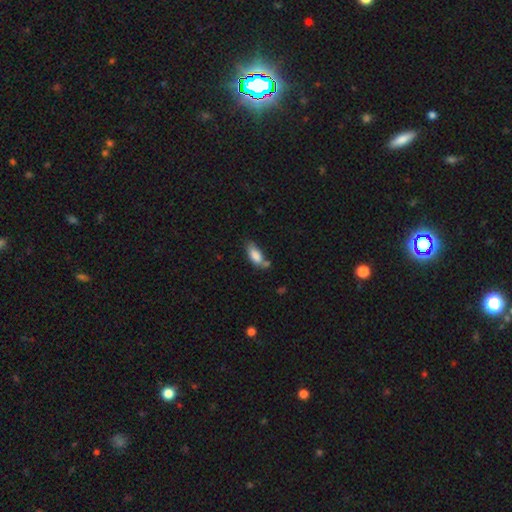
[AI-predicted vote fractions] This is clearly a smooth galaxy (83%). How rounded: clearly in between (85%). Merging: possibly none (46%).